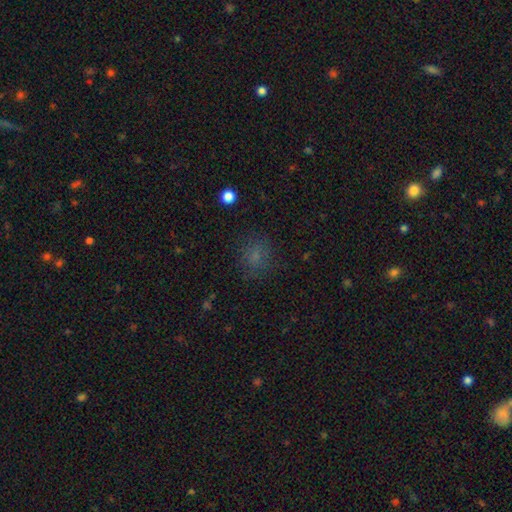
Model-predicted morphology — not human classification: smooth-or-featured: smooth: 69% | star or artifact: 21% | featured or disk: 9%
  how-rounded: round: 73% | in between: 26% | cigar-shaped: 1%
  merging: none: 79% | minor disturbance: 13% | major disturbance: 6% | merger: 1%